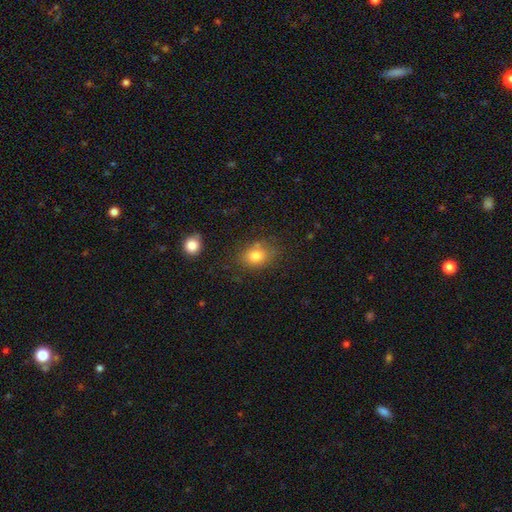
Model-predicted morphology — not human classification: A smooth galaxy with no disk features (80%) that is in between round and cigar-shaped (59%).

Vote fractions:
- Smooth or featured? smooth: 80% / star or artifact: 11% / featured or disk: 9%
- How rounded? in between: 59% / round: 40% / cigar-shaped: 1%
- Merging? none: 71% / minor disturbance: 18% / major disturbance: 6% / merger: 5%